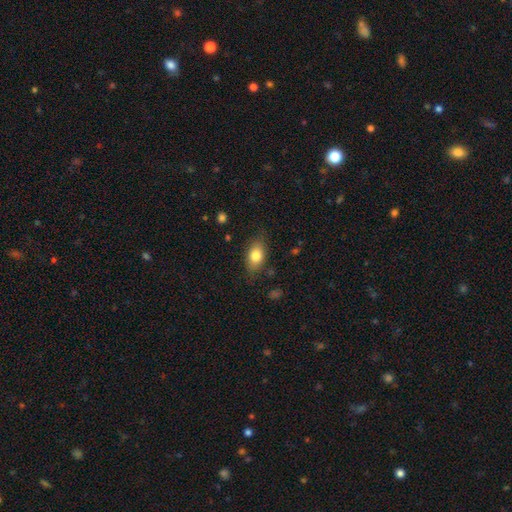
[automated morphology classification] This appears to be a smooth galaxy with no disk features (80%) that is in between round and cigar-shaped (85%). Merging: none (81%).